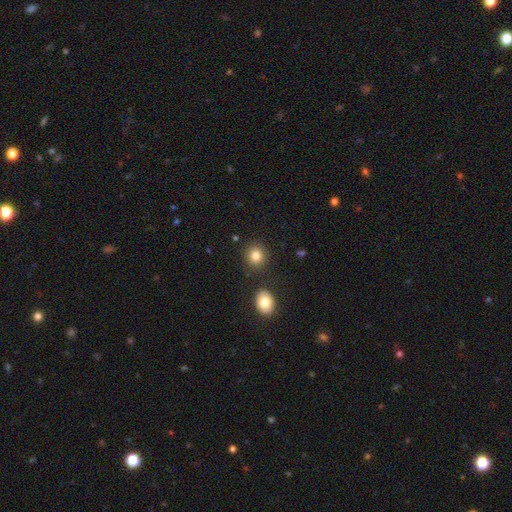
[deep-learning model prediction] smooth_or_featured: smooth (p=0.84) [alt: star or artifact p=0.10]
how_rounded: round (p=0.80) [alt: in between p=0.19]
merging: none (p=0.85) [alt: minor disturbance p=0.08]